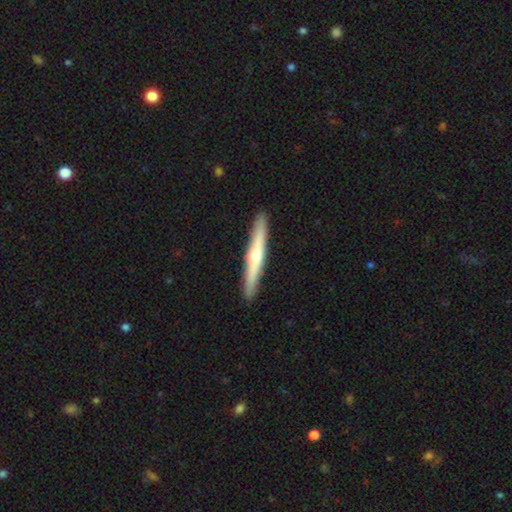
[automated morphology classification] Smooth or featured: featured or disk — 53% (smooth — 41%)
Edge-on disk: yes — 95% (no — 5%)
Edge-on bulge: rounded — 76% (none — 20%)
Merging: none — 92% (minor disturbance — 6%)